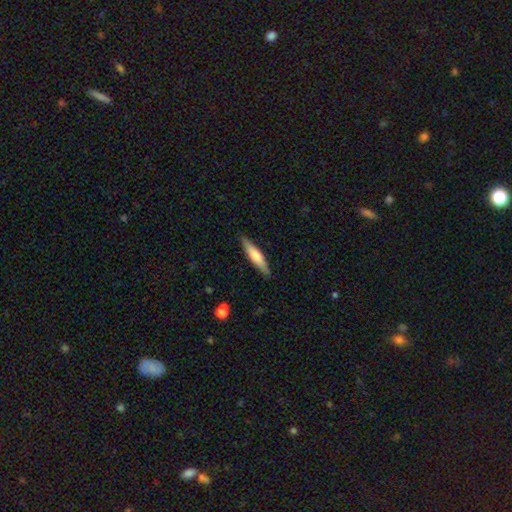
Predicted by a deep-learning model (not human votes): This is likely a smooth galaxy (64%). How rounded: clearly cigar-shaped (80%). Merging: clearly none (87%).